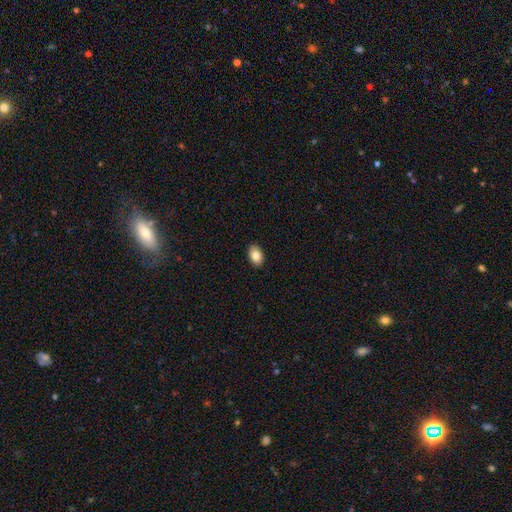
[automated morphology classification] Smooth or featured? smooth (83%)
How rounded? in between (90%)
Merging? none (90%)